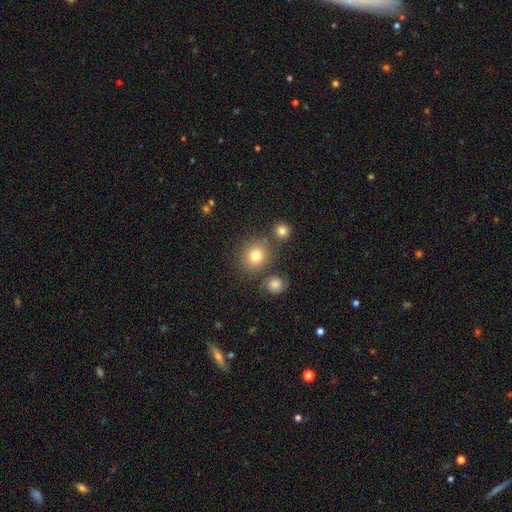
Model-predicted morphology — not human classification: Q: Smooth or featured?
A: smooth (78%); runner-up: star or artifact (12%)
Q: How rounded?
A: round (81%); runner-up: in between (18%)
Q: Merging?
A: none (75%); runner-up: merger (11%)